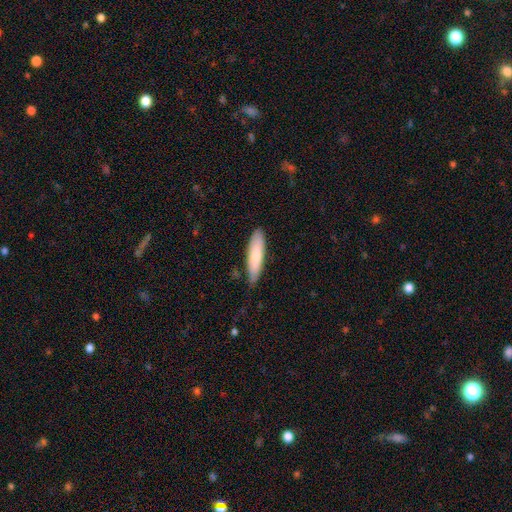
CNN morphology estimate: Overall: smooth (76%). How rounded: cigar-shaped (68%; in between 31%). Merging: none (78%).